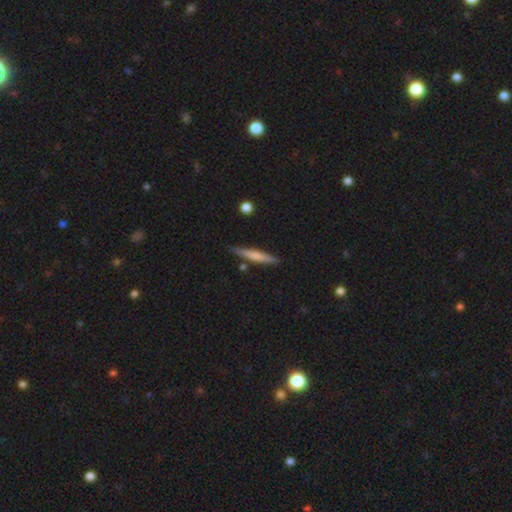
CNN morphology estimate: Smooth or featured: smooth — 57% (featured or disk — 37%)
How rounded: cigar-shaped — 94% (in between — 5%)
Merging: none — 86% (minor disturbance — 9%)